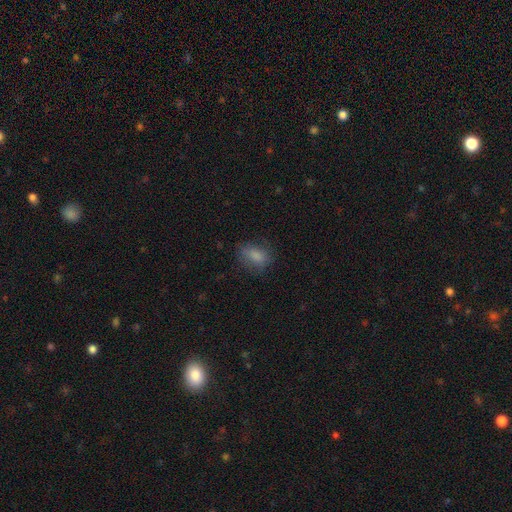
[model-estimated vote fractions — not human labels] smooth-or-featured: smooth: 81% | featured or disk: 10% | star or artifact: 9%
  how-rounded: in between: 79% | round: 18% | cigar-shaped: 3%
  merging: none: 68% | minor disturbance: 21% | major disturbance: 10% | merger: 1%